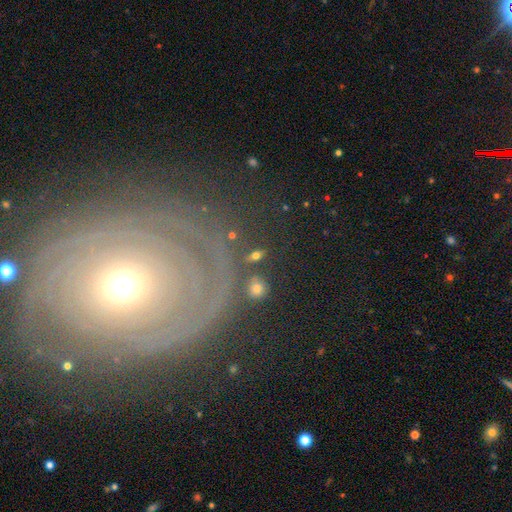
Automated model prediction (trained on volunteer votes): This appears to be a smooth galaxy with no disk features (64%) that is in between round and cigar-shaped (69%). Merging: none (81%).